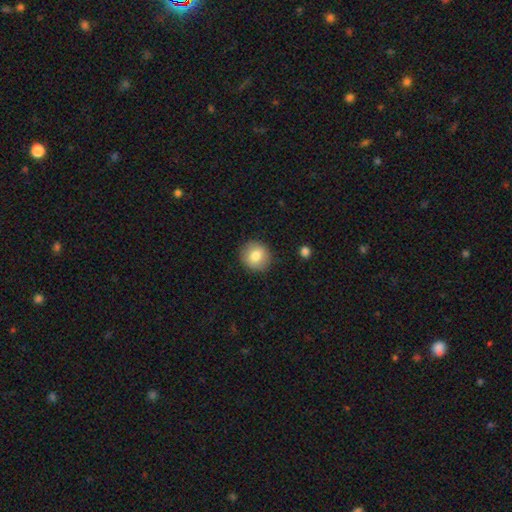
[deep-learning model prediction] smooth 80%, featured or disk 12%, star or artifact 8%. Down the decision tree: how rounded — round (89%); merging — none (89%).